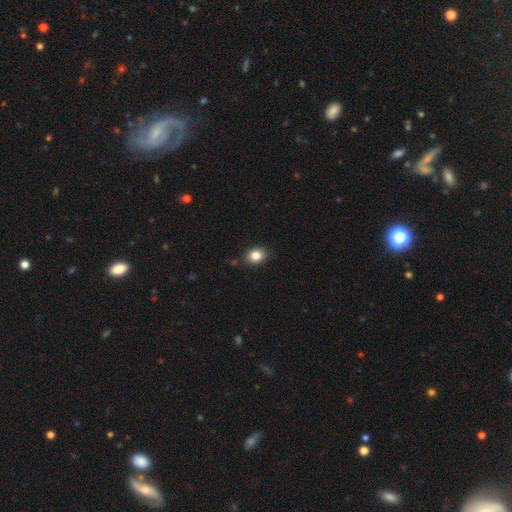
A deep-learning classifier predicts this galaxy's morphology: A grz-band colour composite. It shows a smooth galaxy with no disk features (85%) that is round (50%). Merging: none (85%).